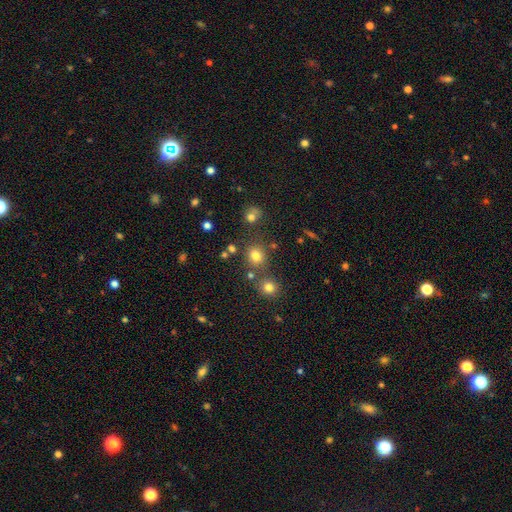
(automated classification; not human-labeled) A smooth galaxy with no disk features (76%) that is round (81%).

Vote fractions:
- Smooth or featured? smooth: 76% / star or artifact: 18% / featured or disk: 7%
- How rounded? round: 81% / in between: 18% / cigar-shaped: 1%
- Merging? none: 74% / merger: 12% / minor disturbance: 10% / major disturbance: 4%